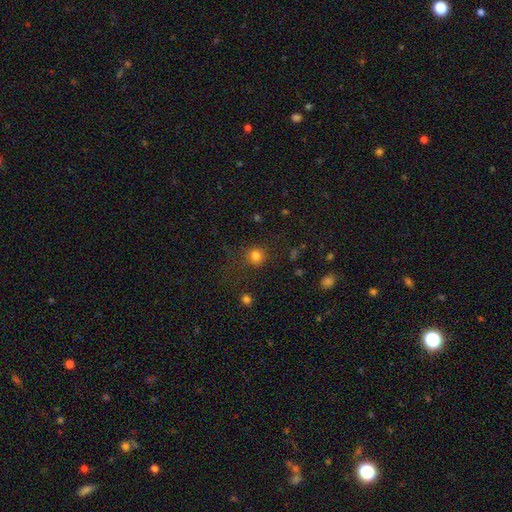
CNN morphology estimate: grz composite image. It shows a smooth galaxy with no disk features (80%) that is round (91%). Merging: none (81%).